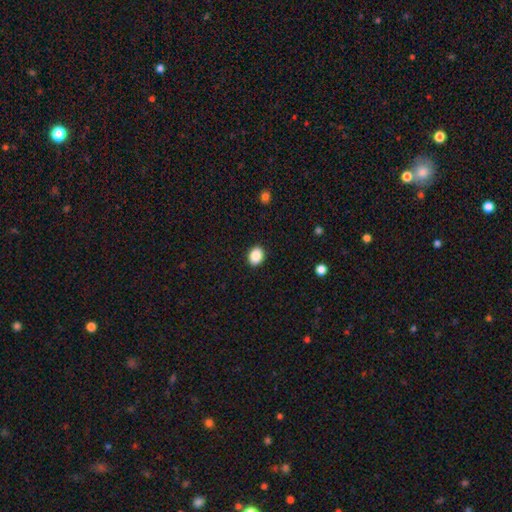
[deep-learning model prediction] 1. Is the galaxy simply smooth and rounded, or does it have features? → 88% smooth, 9% star or artifact, 3% featured or disk.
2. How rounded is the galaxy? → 52% in between, 47% round, 1% cigar-shaped.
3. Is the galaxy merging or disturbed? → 91% none, 6% minor disturbance, 2% major disturbance, 1% merger.